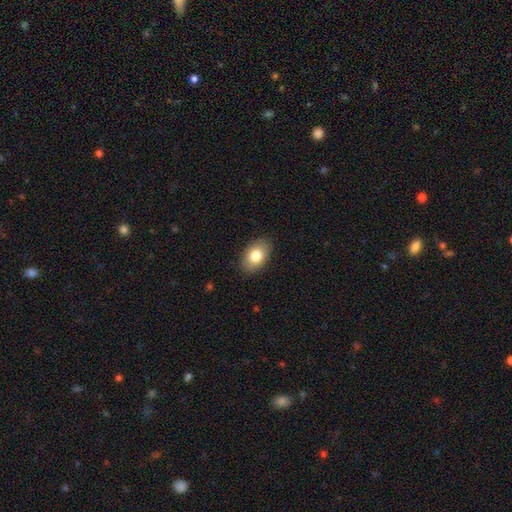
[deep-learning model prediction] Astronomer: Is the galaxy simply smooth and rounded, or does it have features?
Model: smooth — 81%.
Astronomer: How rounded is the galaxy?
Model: in between — 89%.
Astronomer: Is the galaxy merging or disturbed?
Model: none — 87%.